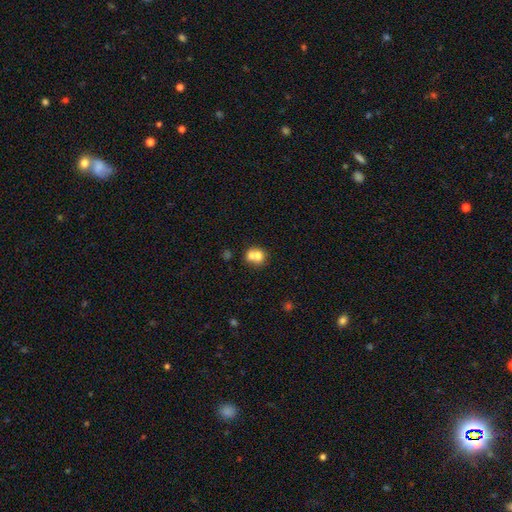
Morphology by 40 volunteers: Smooth or featured: smooth — 70% (featured or disk — 18%)
How rounded: round — 68% (in between — 29%)
Merging: merger — 69% (none — 26%)